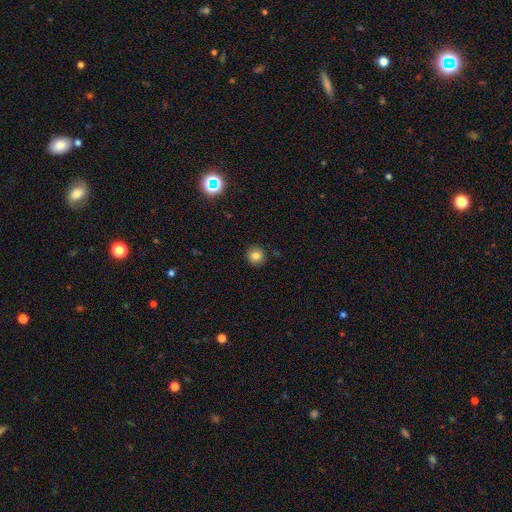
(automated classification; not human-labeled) Smooth or featured: smooth — 82% (star or artifact — 12%)
How rounded: round — 93% (in between — 6%)
Merging: none — 89% (minor disturbance — 7%)